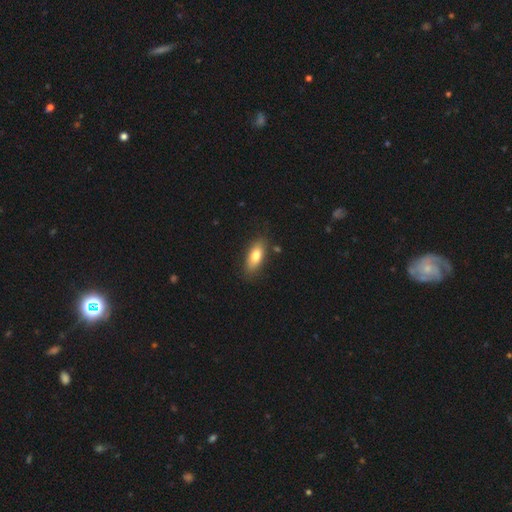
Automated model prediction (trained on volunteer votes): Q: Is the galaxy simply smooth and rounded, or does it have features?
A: smooth — 78%.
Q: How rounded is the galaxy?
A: in between — 79%.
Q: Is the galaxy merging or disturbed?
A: none — 82%.